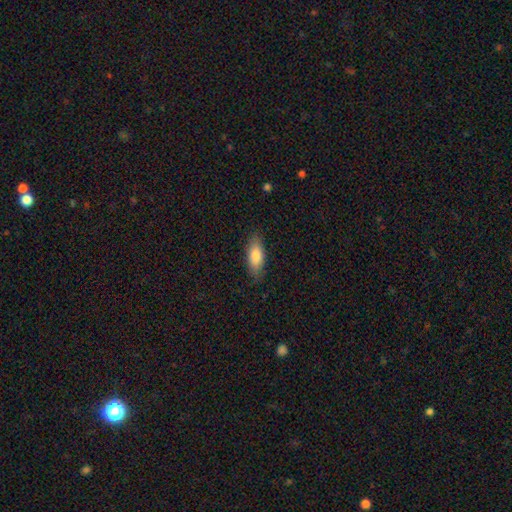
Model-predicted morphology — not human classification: Smooth or featured? Predicted: smooth (p=0.80). How rounded? Predicted: in between (p=0.74). Merging? Predicted: none (p=0.84).